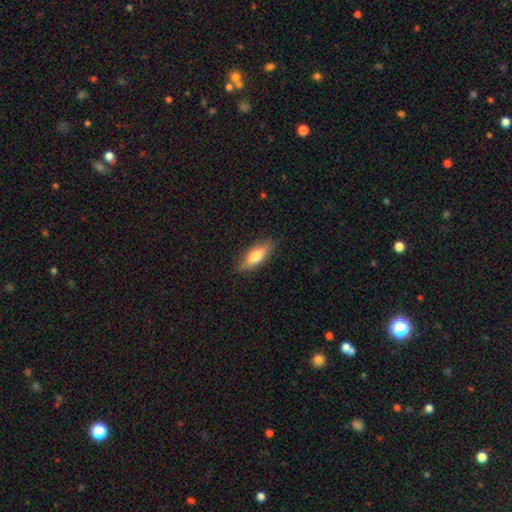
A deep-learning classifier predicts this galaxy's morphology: Q: Smooth or featured?
A: smooth (68%); runner-up: featured or disk (25%)
Q: How rounded?
A: in between (53%); runner-up: cigar-shaped (44%)
Q: Merging?
A: none (86%); runner-up: minor disturbance (11%)